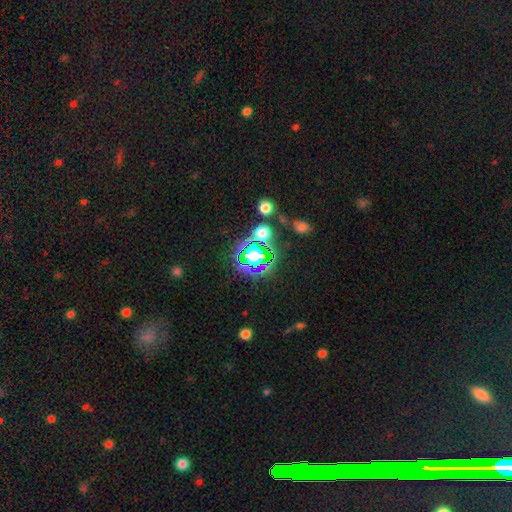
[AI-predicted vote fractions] Smooth or featured: star or artifact — 77% (smooth — 15%)